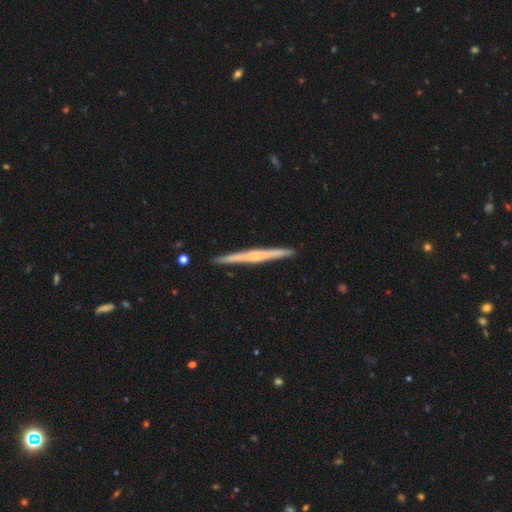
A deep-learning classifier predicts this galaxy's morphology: A featured or disk galaxy (69%) viewed edge-on (98%) with a rounded central bulge (47%).

Vote fractions:
- Smooth or featured? featured or disk: 69% / smooth: 26% / star or artifact: 5%
- Edge-on disk? yes: 98% / no: 2%
- Edge-on bulge? rounded: 47% / none: 41% / boxy: 12%
- Merging? none: 92% / minor disturbance: 6% / major disturbance: 1% / merger: 1%